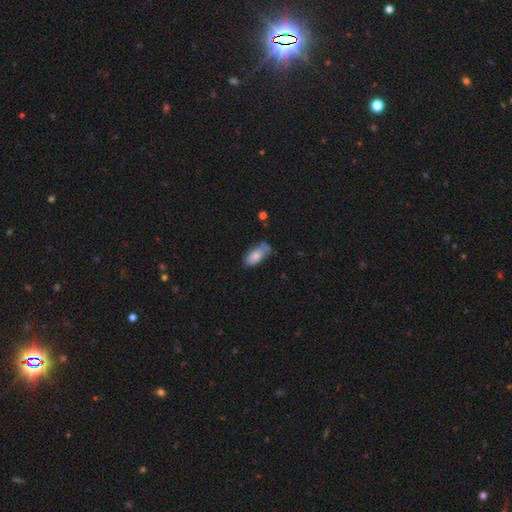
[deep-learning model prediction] Overall: smooth (80%). How rounded: in between (91%). Merging: none (50%; minor disturbance 32%).